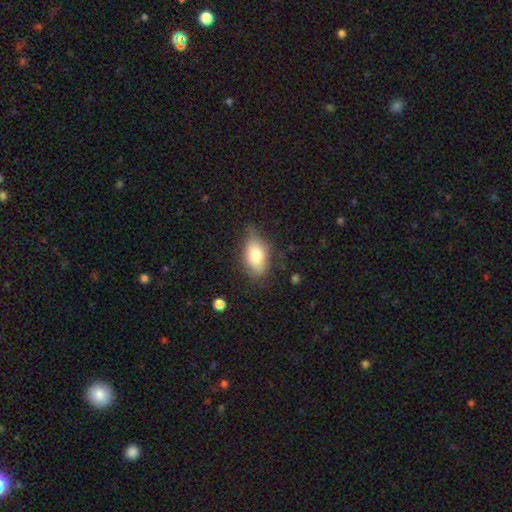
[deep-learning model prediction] Smooth or featured: smooth — 72% (featured or disk — 20%)
How rounded: in between — 87% (round — 8%)
Merging: none — 63% (minor disturbance — 29%)